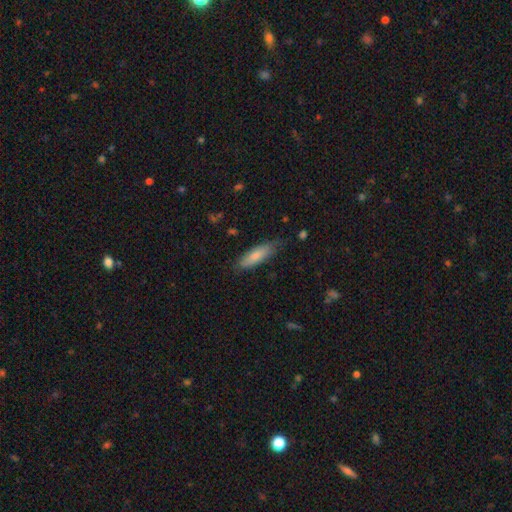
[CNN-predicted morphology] smooth_or_featured: smooth (p=0.77) [alt: featured or disk p=0.18]
how_rounded: cigar-shaped (p=0.51) [alt: in between p=0.47]
merging: none (p=0.75) [alt: minor disturbance p=0.20]